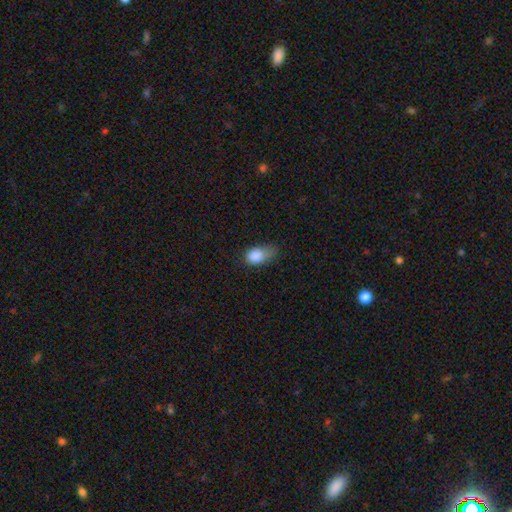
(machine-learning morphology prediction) Smooth or featured? Predicted: smooth (p=0.84). How rounded? Predicted: in between (p=0.78). Merging? Predicted: minor disturbance (p=0.46).